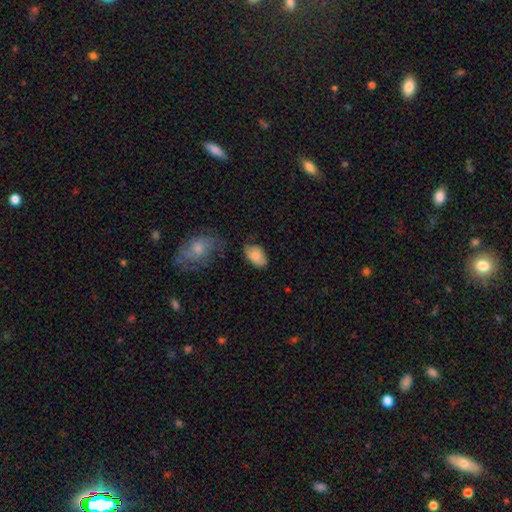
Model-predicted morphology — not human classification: Overall: smooth (82%). How rounded: in between (92%). Merging: none (70%).